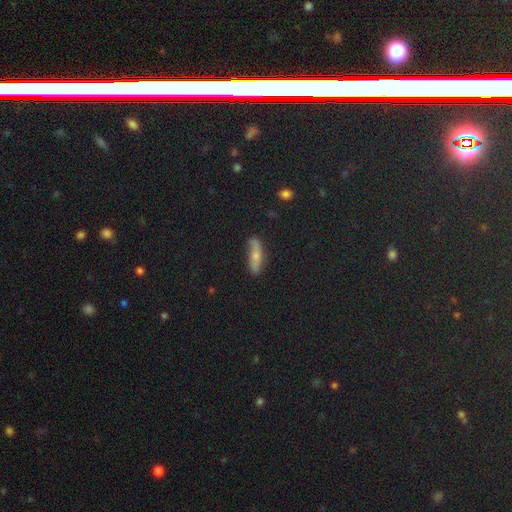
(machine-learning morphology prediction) This appears to be a smooth galaxy with no disk features (57%) that is cigar-shaped (54%). Merging: none (70%).